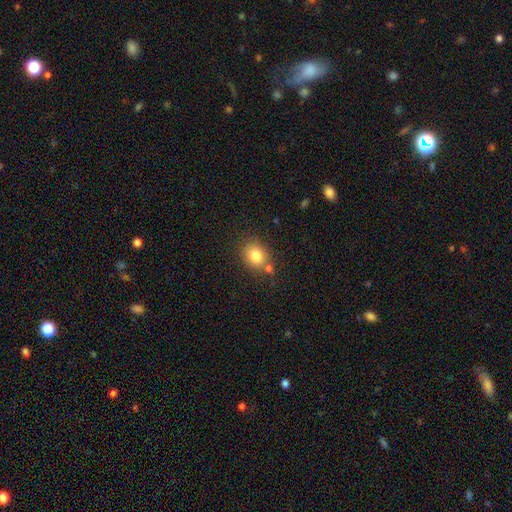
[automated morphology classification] This is clearly a smooth galaxy (81%). How rounded: possibly round (53%). Merging: likely none (71%).